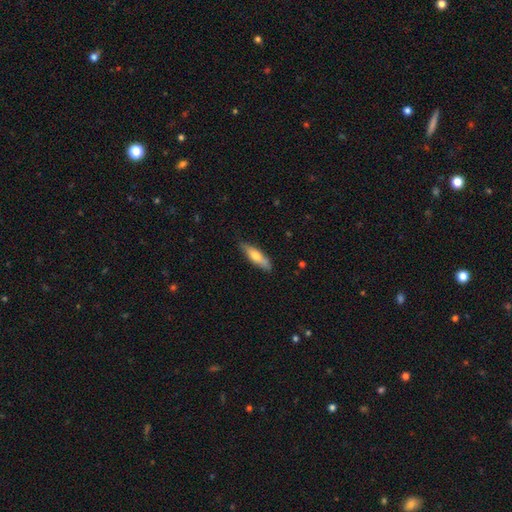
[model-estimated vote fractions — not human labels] A smooth galaxy with no disk features (62%) that is cigar-shaped (63%).

Vote fractions:
- Smooth or featured? smooth: 62% / featured or disk: 33% / star or artifact: 6%
- How rounded? cigar-shaped: 63% / in between: 35% / round: 2%
- Merging? none: 79% / minor disturbance: 17% / major disturbance: 3% / merger: 2%